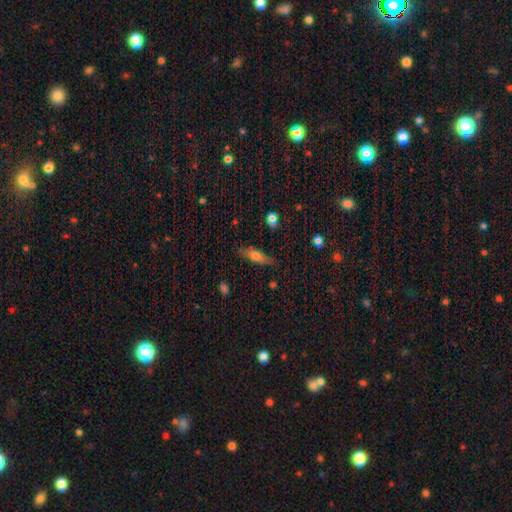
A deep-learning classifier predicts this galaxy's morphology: A smooth galaxy with no disk features (63%) that is cigar-shaped (52%). Merging: none (79%).